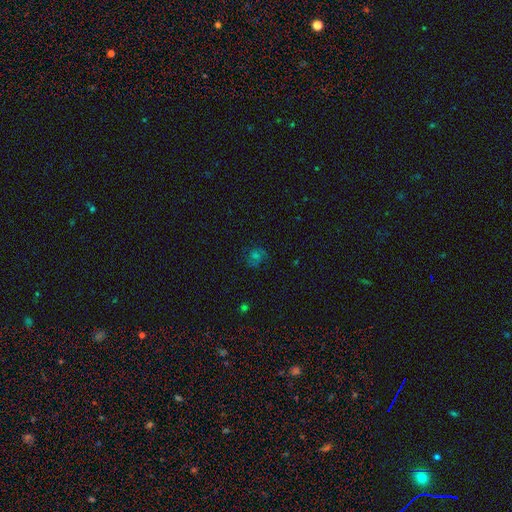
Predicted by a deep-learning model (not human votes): smooth-or-featured: featured or disk: 35% (tied) | smooth: 35% (tied) | star or artifact: 31%
  merging: none: 74% | minor disturbance: 15% | major disturbance: 9% | merger: 2%